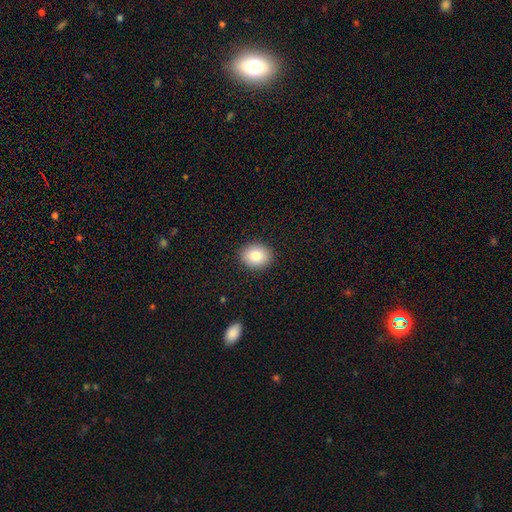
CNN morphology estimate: Overall: smooth (85%). How rounded: round (56%; in between 44%). Merging: none (90%).